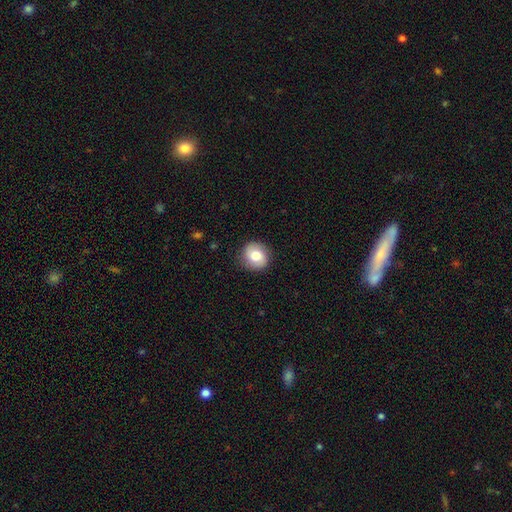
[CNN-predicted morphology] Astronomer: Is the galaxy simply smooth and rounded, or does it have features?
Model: smooth — 74%.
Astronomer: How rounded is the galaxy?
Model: round — 80%.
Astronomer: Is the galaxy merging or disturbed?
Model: none — 86%.